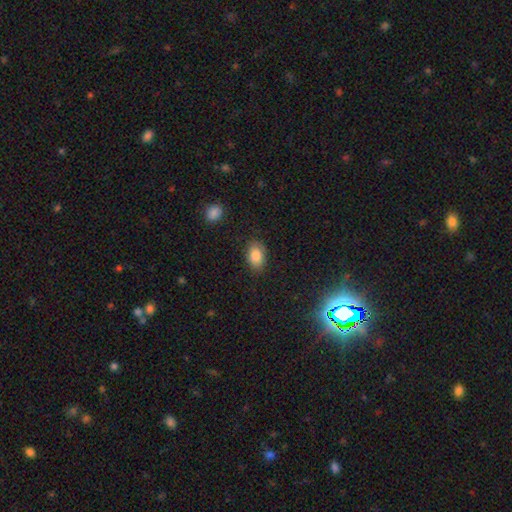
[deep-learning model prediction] Smooth or featured?
  - smooth: 85% *
  - star or artifact: 9%
  - featured or disk: 6%
How rounded?
  - in between: 83% *
  - round: 15%
  - cigar-shaped: 1%
Merging?
  - none: 82% *
  - minor disturbance: 14%
  - major disturbance: 3%
  - merger: 1%